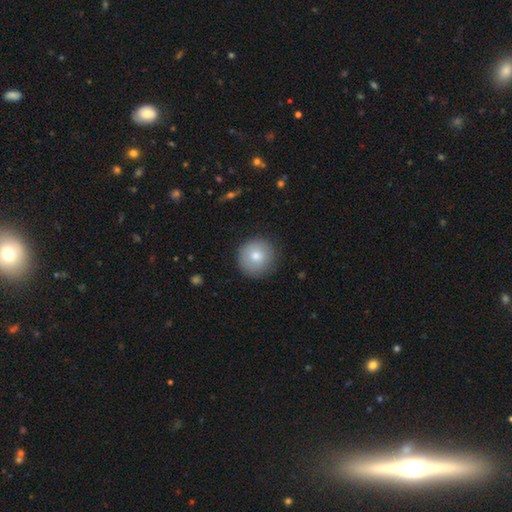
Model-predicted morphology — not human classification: Q: Smooth or featured?
A: smooth (77%); runner-up: featured or disk (15%)
Q: How rounded?
A: round (94%); runner-up: in between (5%)
Q: Merging?
A: none (87%); runner-up: minor disturbance (10%)